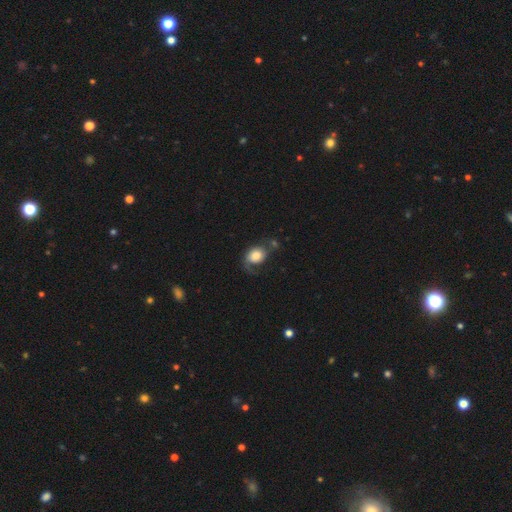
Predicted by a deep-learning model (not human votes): A smooth galaxy with no disk features (58%) that is in between round and cigar-shaped (50%).

Vote fractions:
- Smooth or featured? smooth: 58% / featured or disk: 34% / star or artifact: 8%
- How rounded? in between: 50% / round: 49% / cigar-shaped: 1%
- Merging? none: 36% / major disturbance: 31% / minor disturbance: 25% / merger: 7%